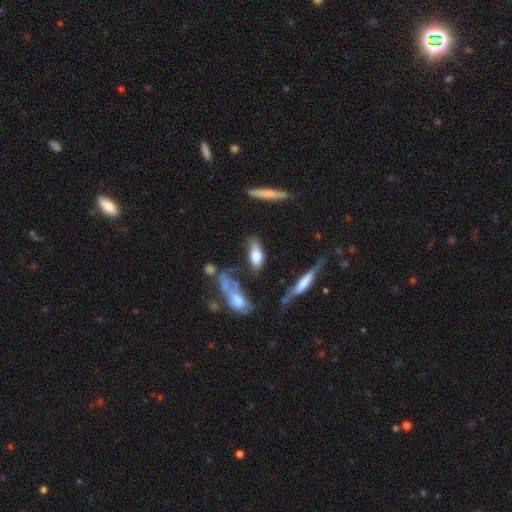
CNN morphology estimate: smooth-or-featured: smooth: 65% | featured or disk: 27% | star or artifact: 8%
  how-rounded: in between: 72% | cigar-shaped: 23% | round: 5%
  merging: none: 45% | minor disturbance: 25% | major disturbance: 17% | merger: 13%